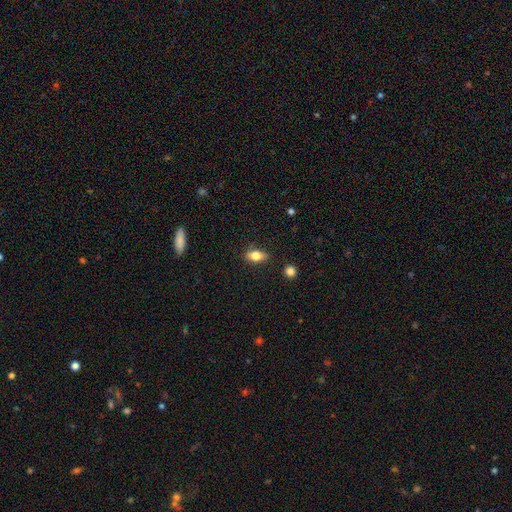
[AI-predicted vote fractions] Smooth or featured? smooth (75%)
How rounded? in between (84%)
Merging? none (82%)